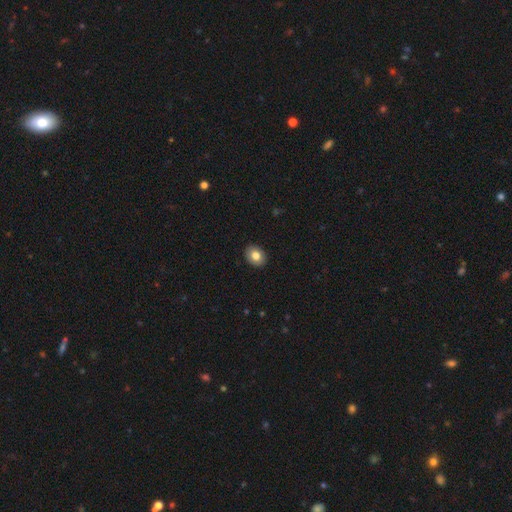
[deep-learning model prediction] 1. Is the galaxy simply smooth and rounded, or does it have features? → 80% smooth, 12% featured or disk, 8% star or artifact.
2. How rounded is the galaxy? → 59% in between, 41% round, 1% cigar-shaped.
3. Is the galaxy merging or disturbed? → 91% none, 7% minor disturbance, 2% major disturbance, 1% merger.